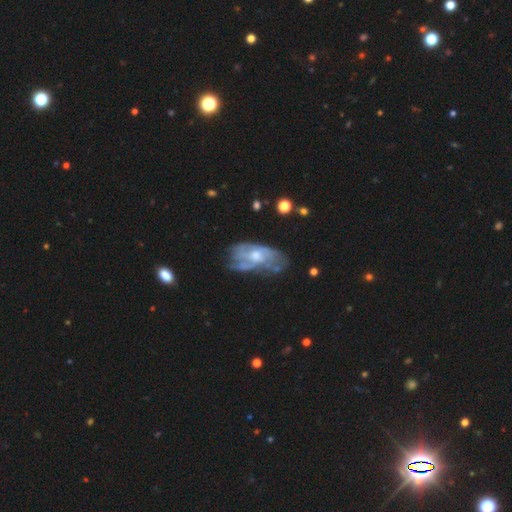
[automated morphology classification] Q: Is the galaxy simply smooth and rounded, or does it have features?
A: featured or disk — 74%.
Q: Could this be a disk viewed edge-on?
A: no — 94%.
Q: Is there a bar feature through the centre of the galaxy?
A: no — 71%.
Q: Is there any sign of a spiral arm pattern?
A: yes — 72%.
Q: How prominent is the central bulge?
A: moderate — 54%.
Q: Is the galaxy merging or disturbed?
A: none — 53%.